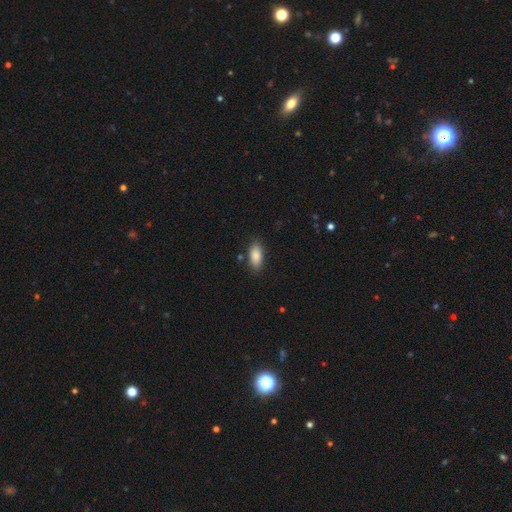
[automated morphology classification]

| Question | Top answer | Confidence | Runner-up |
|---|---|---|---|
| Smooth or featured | smooth | 87% | star or artifact (7%) |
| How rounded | in between | 90% | cigar-shaped (7%) |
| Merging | none | 83% | minor disturbance (12%) |